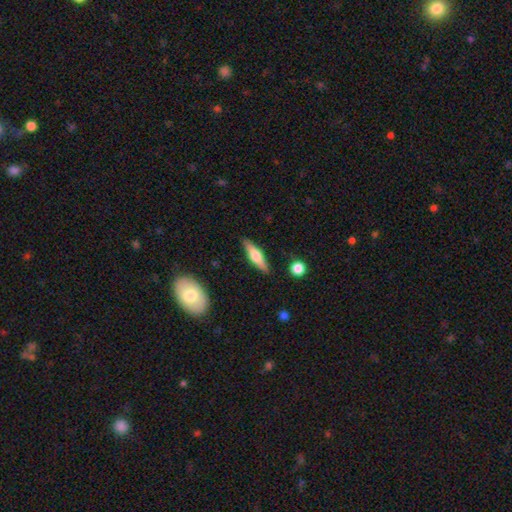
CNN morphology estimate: Smooth or featured: smooth — 48% (featured or disk — 46%)
Merging: none — 86% (minor disturbance — 10%)